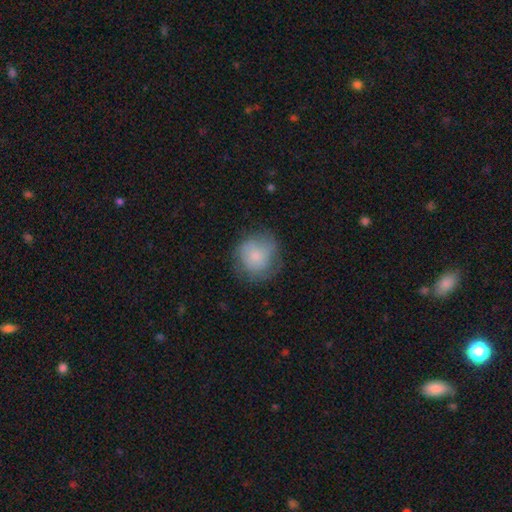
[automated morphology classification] type=smooth (71%); roundness=round (85%); merging=none (64%).